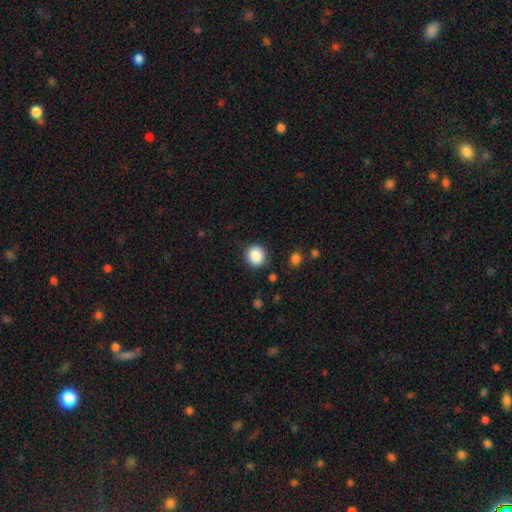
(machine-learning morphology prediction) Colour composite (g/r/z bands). It shows a smooth galaxy with no disk features (87%) that is round (89%). Merging: none (88%).